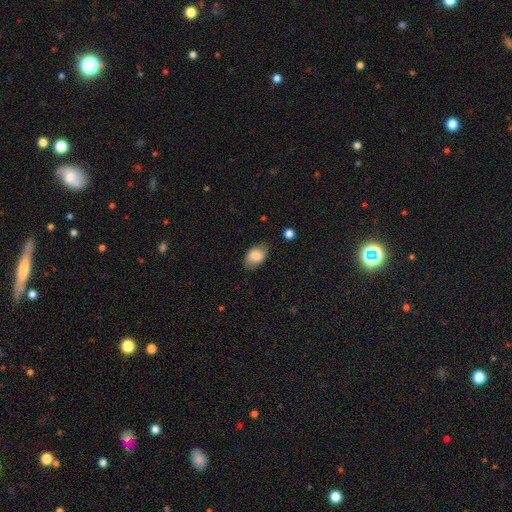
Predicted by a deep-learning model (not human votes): Q: Smooth or featured?
A: smooth (82%); runner-up: featured or disk (11%)
Q: How rounded?
A: in between (89%); runner-up: round (9%)
Q: Merging?
A: none (79%); runner-up: minor disturbance (16%)